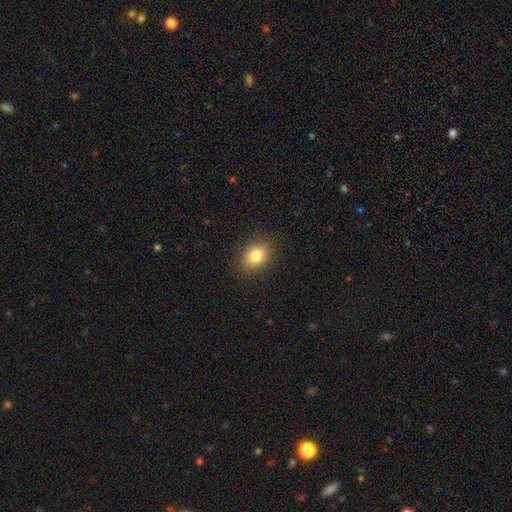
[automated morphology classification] The model was most divided on "how rounded": in between: 63%, round: 36%, cigar-shaped: 1%. More confident: merging — none (88%); smooth or featured — smooth (83%).